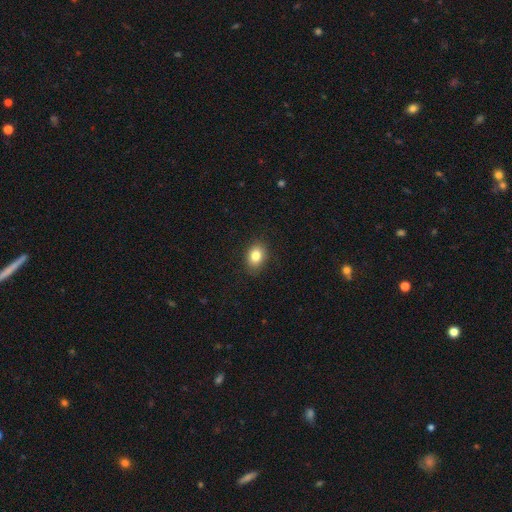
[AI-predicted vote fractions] Q: Smooth or featured?
A: smooth (83%); runner-up: star or artifact (9%)
Q: How rounded?
A: in between (66%); runner-up: round (33%)
Q: Merging?
A: none (87%); runner-up: minor disturbance (10%)